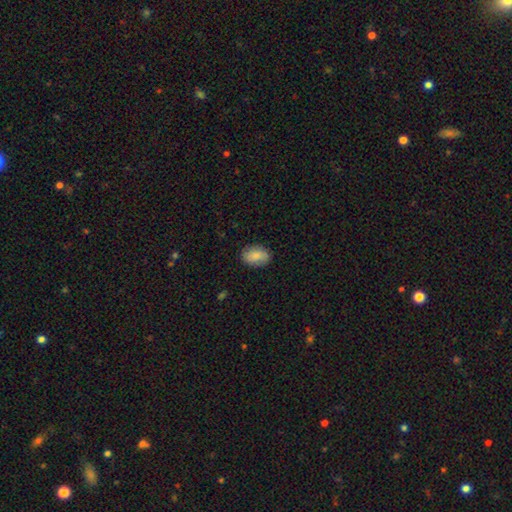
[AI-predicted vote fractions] This is clearly a smooth galaxy (83%). How rounded: clearly in between (82%). Merging: clearly none (84%).